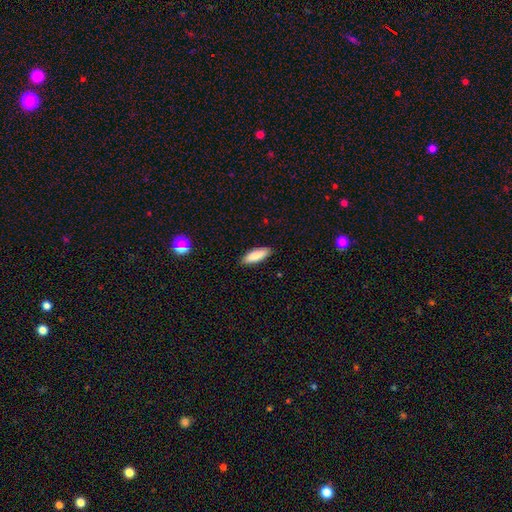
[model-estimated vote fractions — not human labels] Smooth or featured? smooth (86%)
How rounded? in between (59%)
Merging? none (89%)